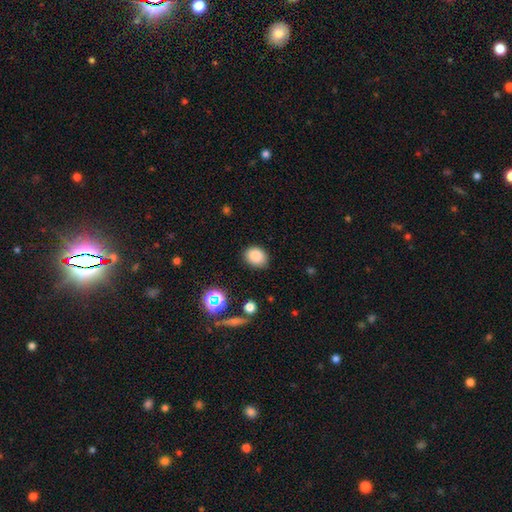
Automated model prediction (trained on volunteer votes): Morphology: type=smooth (83%); roundness=in between (58%); merging=none (83%).